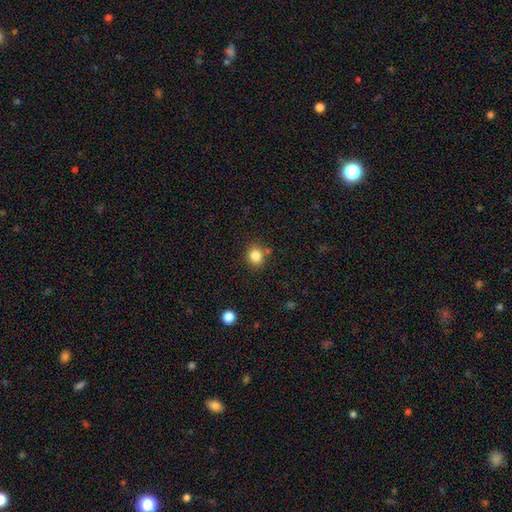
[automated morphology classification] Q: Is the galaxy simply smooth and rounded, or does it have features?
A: smooth — 83%.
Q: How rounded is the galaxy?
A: round — 79%.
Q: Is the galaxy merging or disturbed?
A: none — 80%.